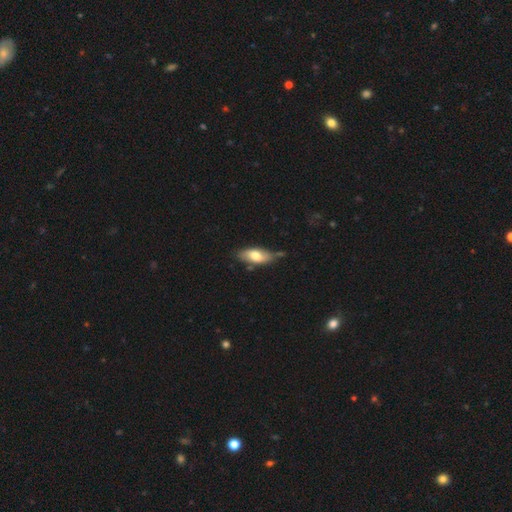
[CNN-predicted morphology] Overall: smooth (68%). How rounded: in between (83%). Merging: none (65%).